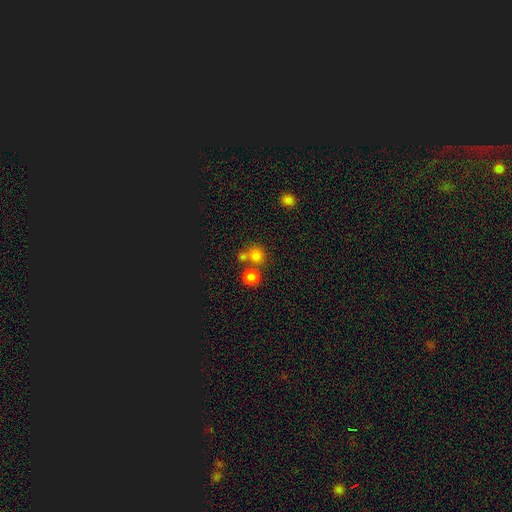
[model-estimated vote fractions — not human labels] This is likely a smooth galaxy (78%). How rounded: clearly round (86%). Merging: possibly none (59%).